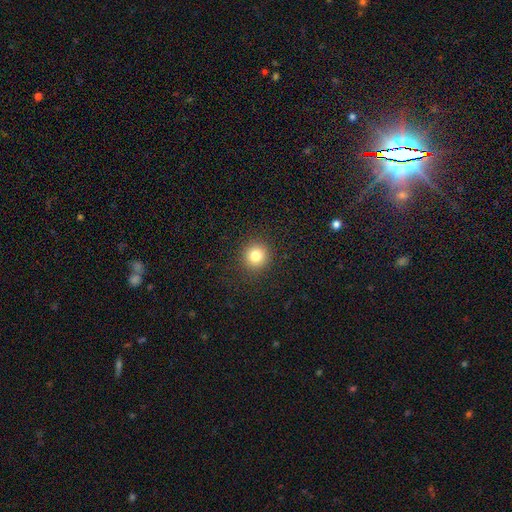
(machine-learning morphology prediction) Smooth or featured? Predicted: smooth (p=0.81). How rounded? Predicted: round (p=0.93). Merging? Predicted: none (p=0.91).